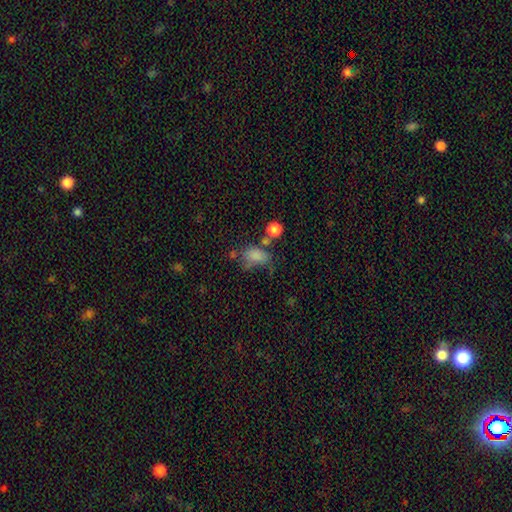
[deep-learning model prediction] Smooth or featured: smooth — 75% (star or artifact — 13%)
How rounded: in between — 80% (round — 17%)
Merging: none — 36% (minor disturbance — 23%)